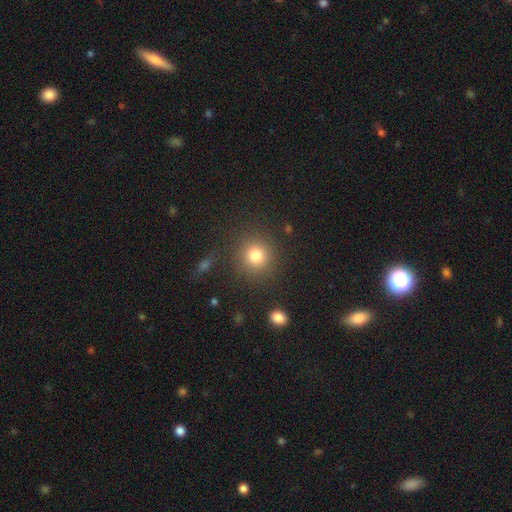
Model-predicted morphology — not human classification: type=smooth (80%); roundness=round (91%); merging=none (86%).